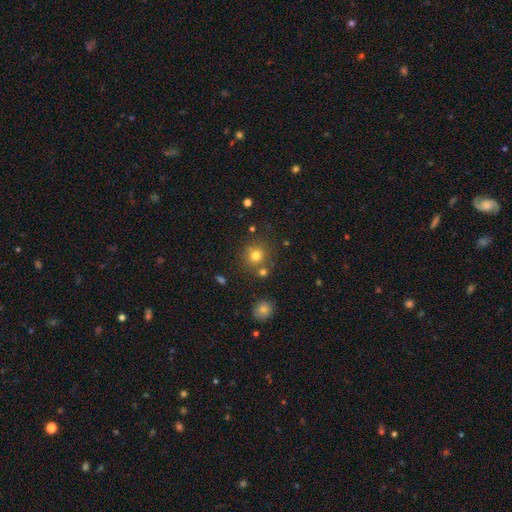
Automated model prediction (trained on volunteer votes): Smooth or featured: smooth — 77% (star or artifact — 15%)
How rounded: round — 90% (in between — 9%)
Merging: none — 78% (merger — 10%)